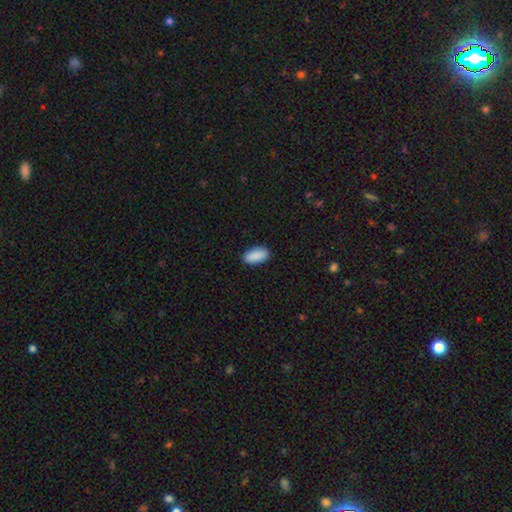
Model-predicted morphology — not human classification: smooth_or_featured: smooth (p=0.91) [alt: star or artifact p=0.06]
how_rounded: in between (p=0.92) [alt: cigar-shaped p=0.06]
merging: none (p=0.90) [alt: minor disturbance p=0.07]